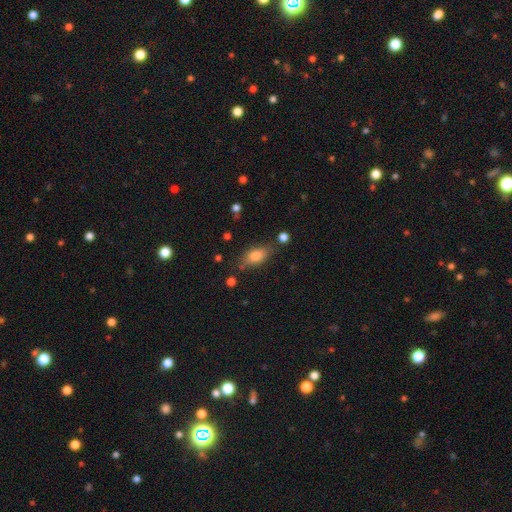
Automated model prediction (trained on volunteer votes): Smooth or featured? Predicted: smooth (p=0.77). How rounded? Predicted: in between (p=0.84). Merging? Predicted: none (p=0.75).